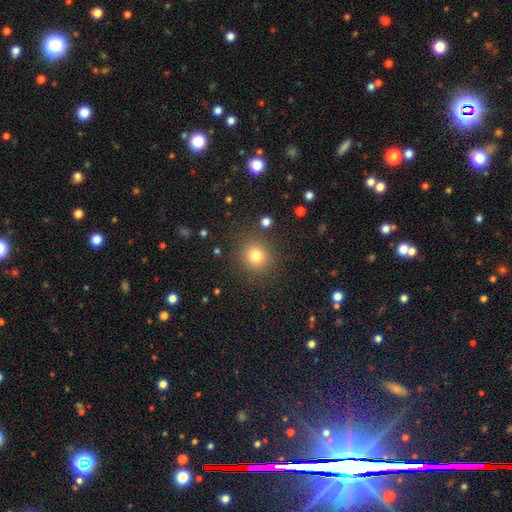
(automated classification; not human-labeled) Smooth or featured? Predicted: smooth (p=0.78). How rounded? Predicted: round (p=0.88). Merging? Predicted: none (p=0.87).